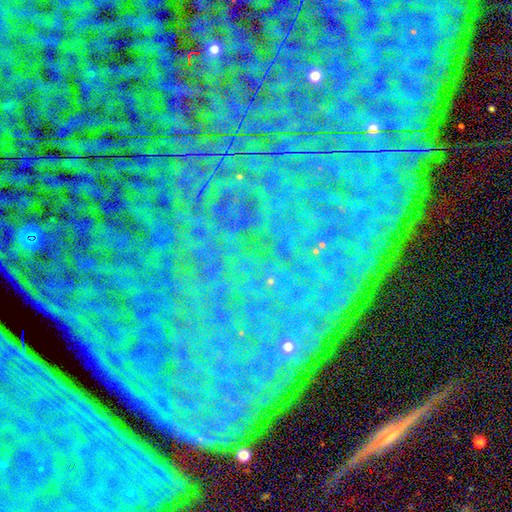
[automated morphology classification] Smooth or featured: star or artifact — 84% (featured or disk — 9%)